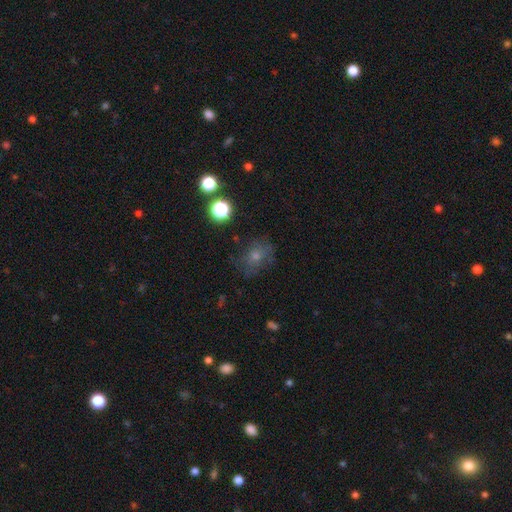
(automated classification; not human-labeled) Q: Smooth or featured?
A: smooth (46%); runner-up: featured or disk (28%)
Q: Merging?
A: none (69%); runner-up: minor disturbance (19%)